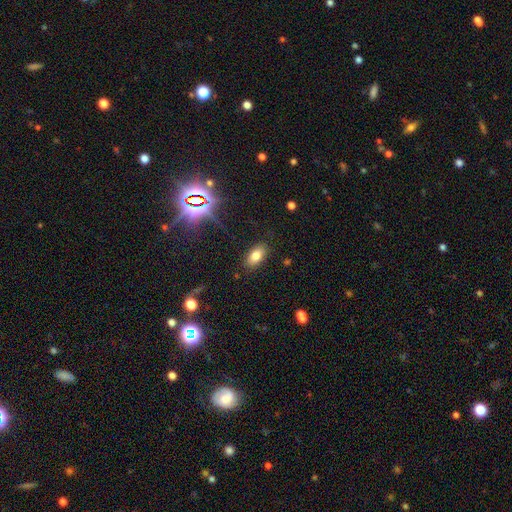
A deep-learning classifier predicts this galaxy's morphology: This is likely a smooth galaxy (79%). How rounded: clearly in between (91%). Merging: clearly none (87%).